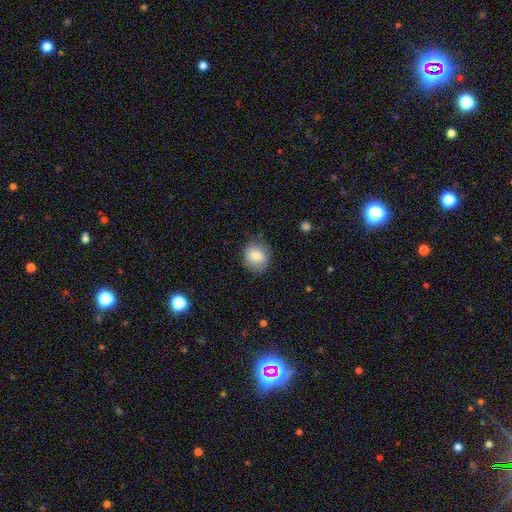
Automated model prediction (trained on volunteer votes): This is likely a smooth galaxy (77%). How rounded: likely round (74%). Merging: likely none (80%).